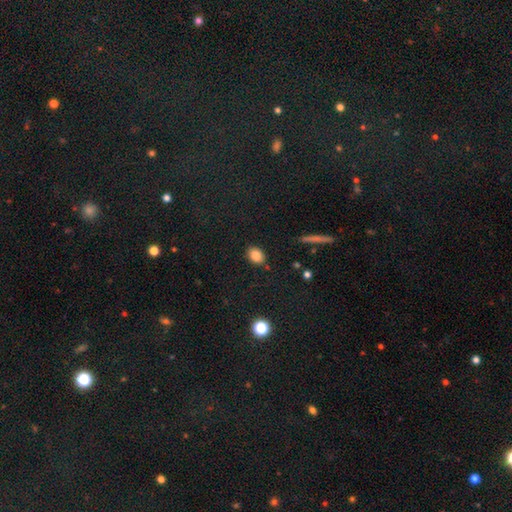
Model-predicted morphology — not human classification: smooth-or-featured: smooth: 83% | star or artifact: 10% | featured or disk: 7%
  how-rounded: in between: 63% | round: 35% | cigar-shaped: 2%
  merging: none: 87% | minor disturbance: 9% | major disturbance: 2% | merger: 2%